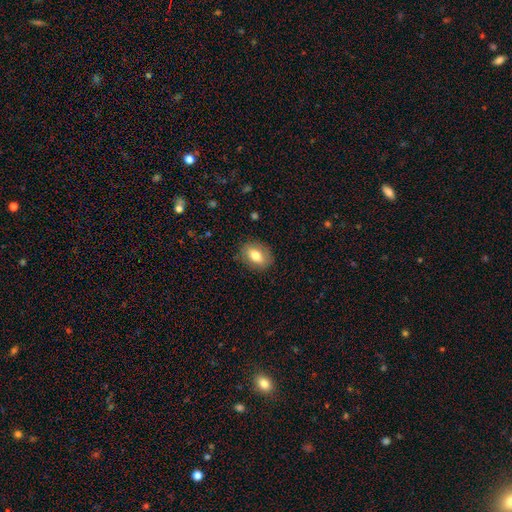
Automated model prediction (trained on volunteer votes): Smooth or featured: smooth — 73% (featured or disk — 19%)
How rounded: in between — 77% (round — 21%)
Merging: none — 84% (minor disturbance — 11%)